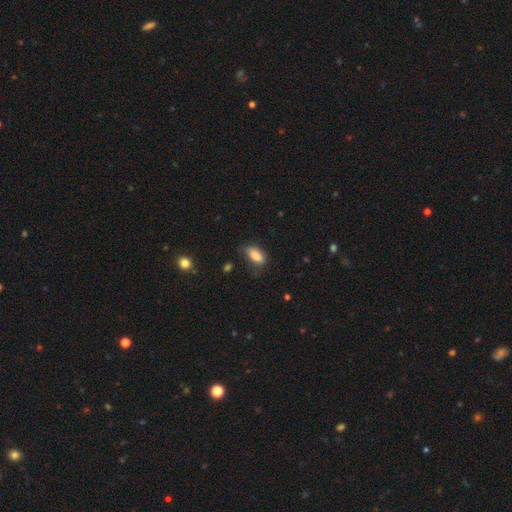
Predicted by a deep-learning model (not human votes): A smooth galaxy with no disk features (84%) that is in between round and cigar-shaped (85%). Merging: none (63%).